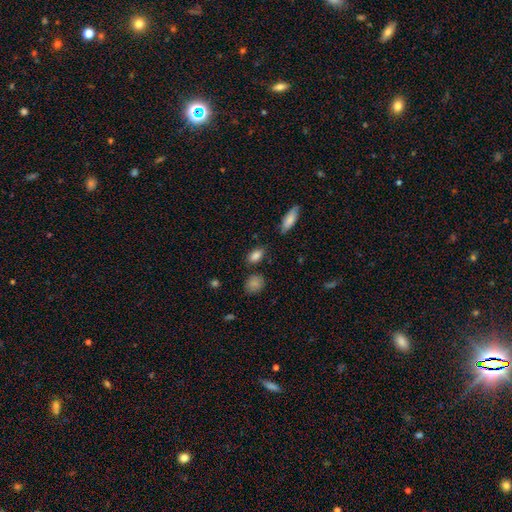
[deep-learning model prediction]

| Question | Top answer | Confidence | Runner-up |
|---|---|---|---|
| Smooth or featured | smooth | 85% | star or artifact (9%) |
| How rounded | in between | 85% | round (11%) |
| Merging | none | 79% | minor disturbance (14%) |